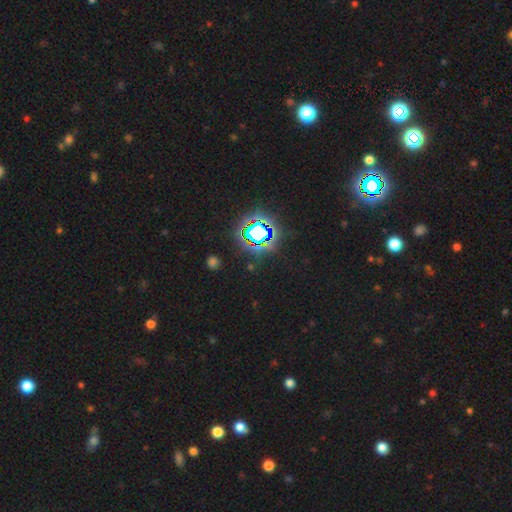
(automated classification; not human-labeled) Q: Smooth or featured?
A: star or artifact (80%); runner-up: smooth (13%)